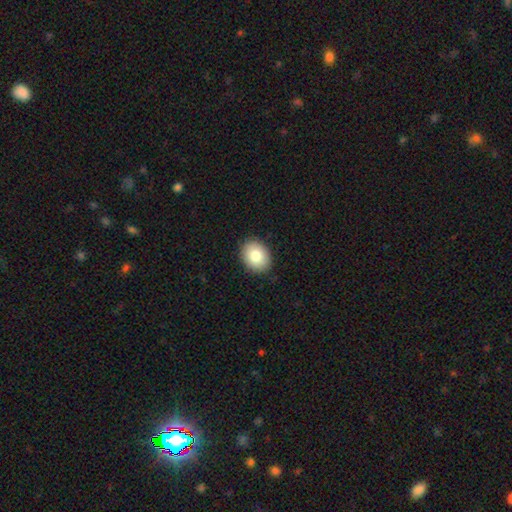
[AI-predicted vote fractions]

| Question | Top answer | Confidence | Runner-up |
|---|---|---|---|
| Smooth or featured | smooth | 82% | featured or disk (10%) |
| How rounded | in between | 58% | round (41%) |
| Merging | none | 89% | minor disturbance (8%) |